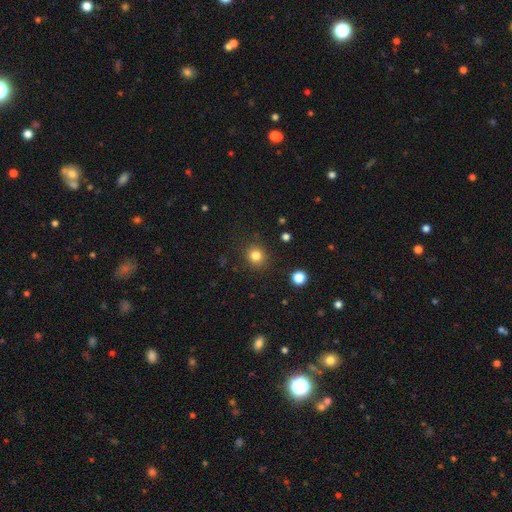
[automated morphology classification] type=smooth (81%); roundness=round (88%); merging=none (89%).